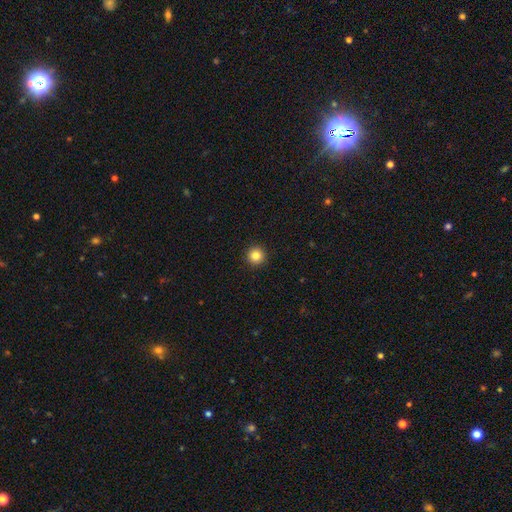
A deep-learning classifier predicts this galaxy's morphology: The model was most divided on "smooth or featured": smooth: 84%, star or artifact: 11%, featured or disk: 5%. More confident: how rounded — round (96%); merging — none (93%).